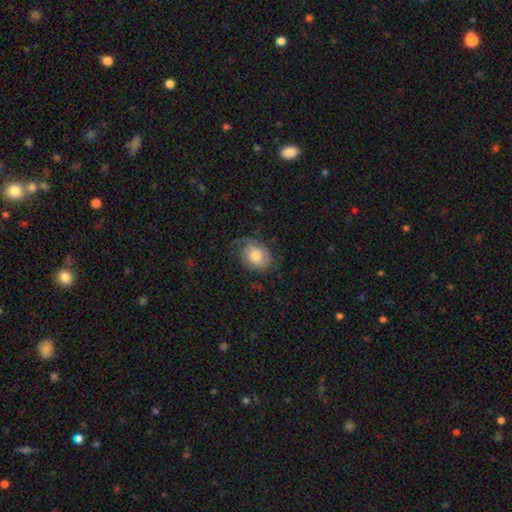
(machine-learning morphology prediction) Smooth or featured? smooth (54%)
How rounded? in between (68%)
Merging? none (53%)